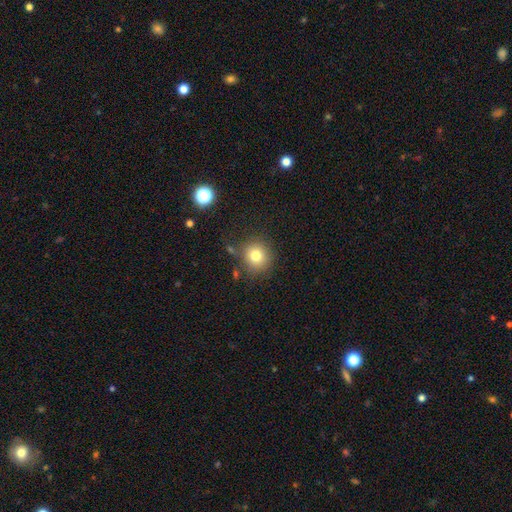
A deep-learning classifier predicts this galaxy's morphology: The model was most divided on "smooth or featured": smooth: 78%, star or artifact: 12%, featured or disk: 9%. More confident: how rounded — round (90%); merging — none (81%).